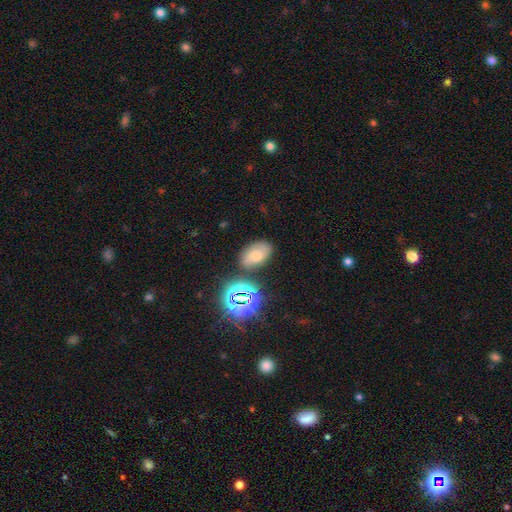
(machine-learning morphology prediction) Smooth or featured? Predicted: smooth (p=0.42). Merging? Predicted: none (p=0.74).